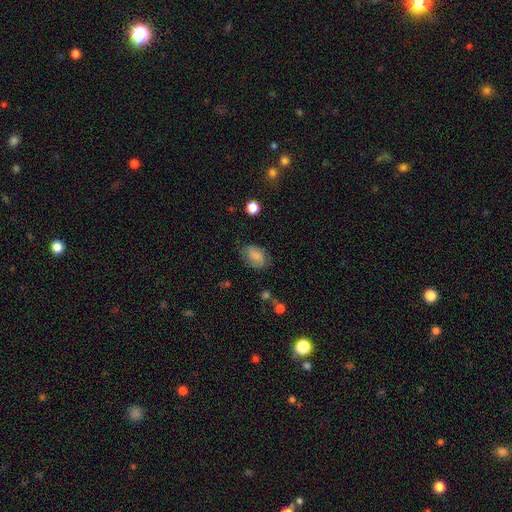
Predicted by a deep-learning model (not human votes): smooth_or_featured: smooth (p=0.80) [alt: featured or disk p=0.11]
how_rounded: in between (p=0.83) [alt: round p=0.15]
merging: none (p=0.66) [alt: minor disturbance p=0.24]